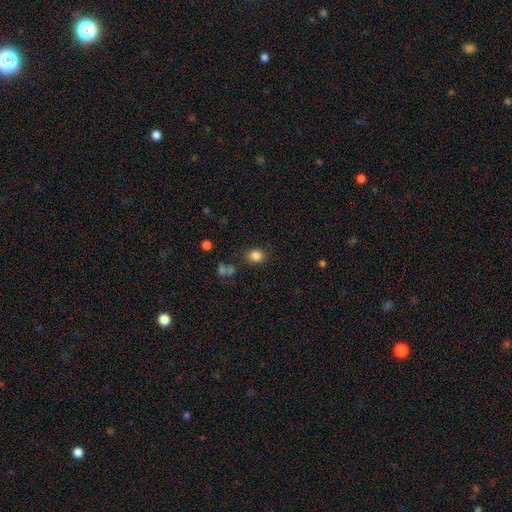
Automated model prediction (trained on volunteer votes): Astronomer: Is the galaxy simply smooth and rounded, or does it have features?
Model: smooth — 84%.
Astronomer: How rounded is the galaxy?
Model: round — 68%.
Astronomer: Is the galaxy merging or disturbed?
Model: none — 82%.